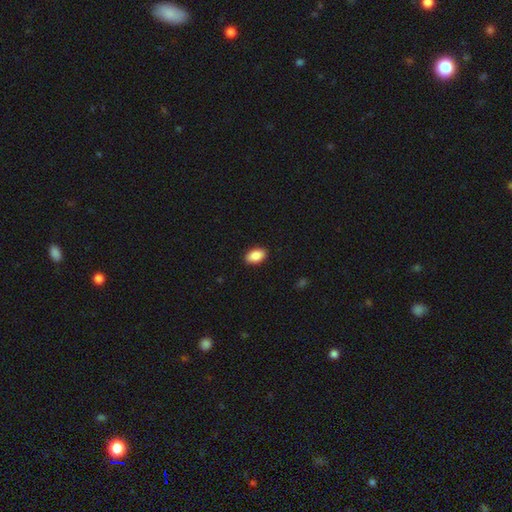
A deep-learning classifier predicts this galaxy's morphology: This is clearly a smooth galaxy (88%). How rounded: clearly in between (92%). Merging: clearly none (90%).